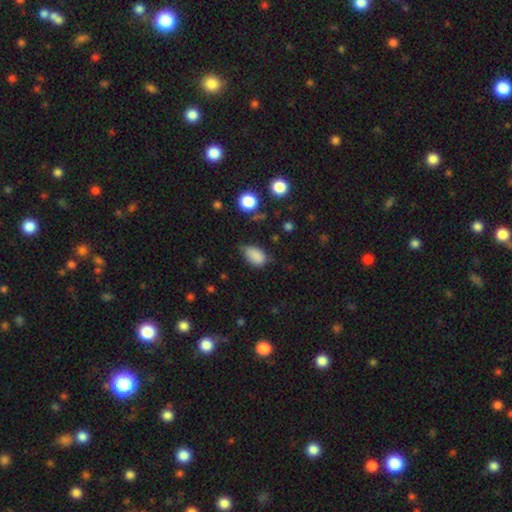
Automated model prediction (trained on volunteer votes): The model was most divided on "merging": none: 53%, minor disturbance: 37%, major disturbance: 8%, merger: 2%. More confident: how rounded — in between (87%); smooth or featured — smooth (85%).